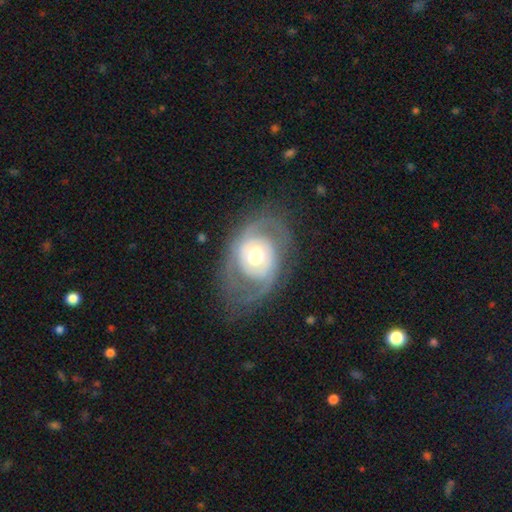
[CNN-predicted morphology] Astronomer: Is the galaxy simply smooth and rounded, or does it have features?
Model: featured or disk — 79%.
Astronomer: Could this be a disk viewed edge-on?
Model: no — 96%.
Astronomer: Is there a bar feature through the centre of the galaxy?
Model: no — 74%.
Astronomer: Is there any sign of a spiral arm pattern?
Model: yes — 77%.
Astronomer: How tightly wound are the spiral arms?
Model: tight — 46% (runner-up: medium, 36%).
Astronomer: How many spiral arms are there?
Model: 2 — 66%.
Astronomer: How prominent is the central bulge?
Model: moderate — 67%.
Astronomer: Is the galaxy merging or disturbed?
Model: none — 67%.